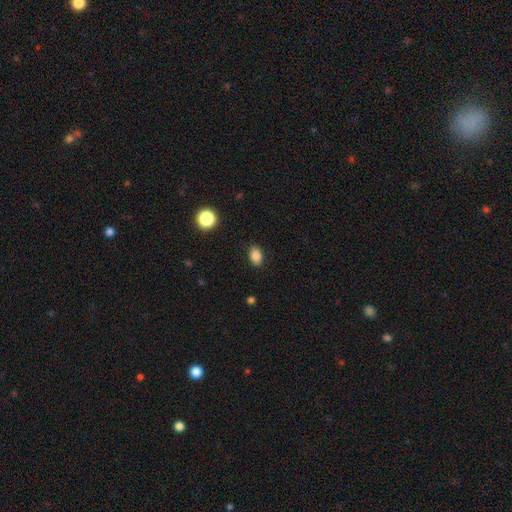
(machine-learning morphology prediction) Smooth or featured?
  - smooth: 84% *
  - star or artifact: 10%
  - featured or disk: 5%
How rounded?
  - in between: 82% *
  - round: 16%
  - cigar-shaped: 1%
Merging?
  - none: 88% *
  - minor disturbance: 8%
  - major disturbance: 2%
  - merger: 1%